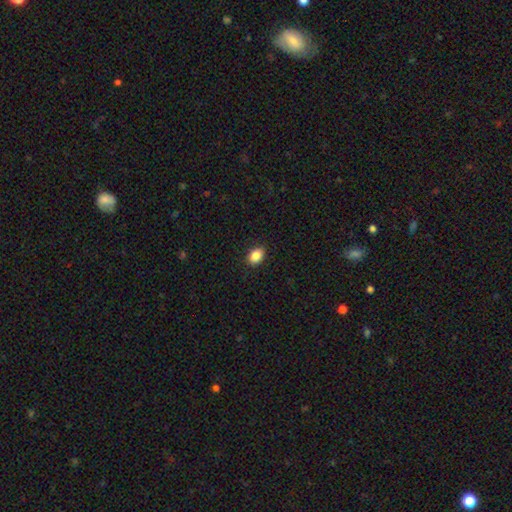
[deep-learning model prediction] Q: Smooth or featured?
A: smooth (87%); runner-up: star or artifact (9%)
Q: How rounded?
A: in between (75%); runner-up: round (24%)
Q: Merging?
A: none (89%); runner-up: minor disturbance (8%)